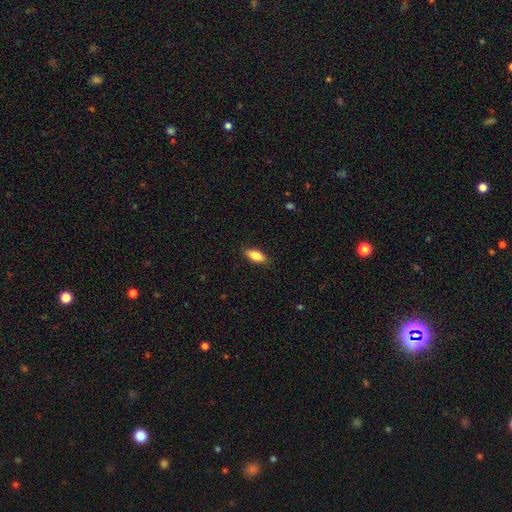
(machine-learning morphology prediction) smooth_or_featured: smooth (p=0.83) [alt: featured or disk p=0.11]
how_rounded: in between (p=0.80) [alt: cigar-shaped p=0.18]
merging: none (p=0.87) [alt: minor disturbance p=0.10]